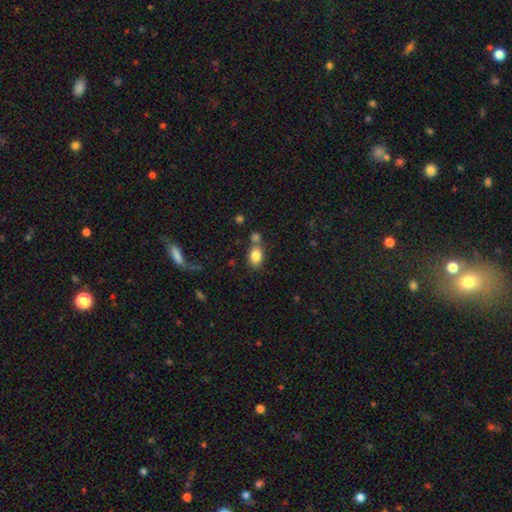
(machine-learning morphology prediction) Smooth or featured: smooth — 83% (star or artifact — 9%)
How rounded: in between — 74% (round — 24%)
Merging: none — 56% (merger — 27%)